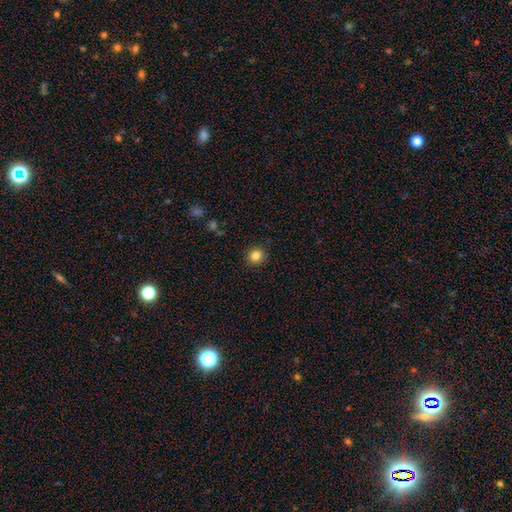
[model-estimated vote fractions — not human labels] Morphology: type=smooth (84%); roundness=round (89%); merging=none (90%).